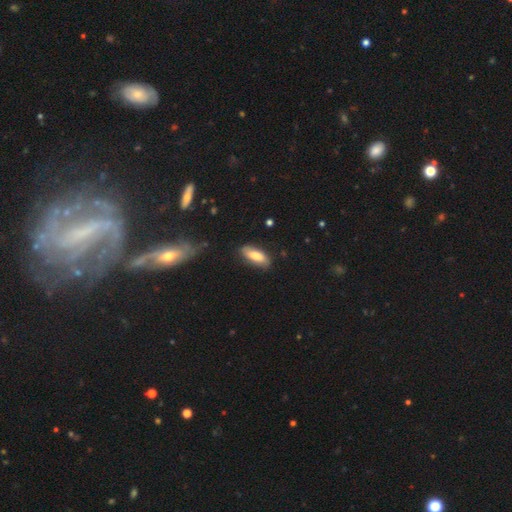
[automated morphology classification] Smooth or featured: smooth — 75% (featured or disk — 19%)
How rounded: in between — 76% (cigar-shaped — 22%)
Merging: none — 79% (minor disturbance — 16%)